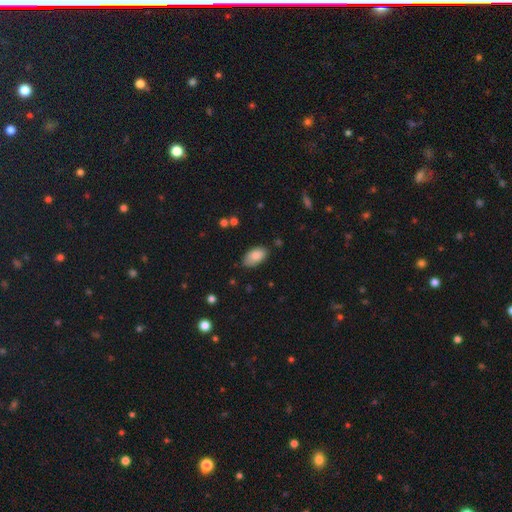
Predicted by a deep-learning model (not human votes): Smooth or featured? smooth (85%)
How rounded? in between (94%)
Merging? none (75%)